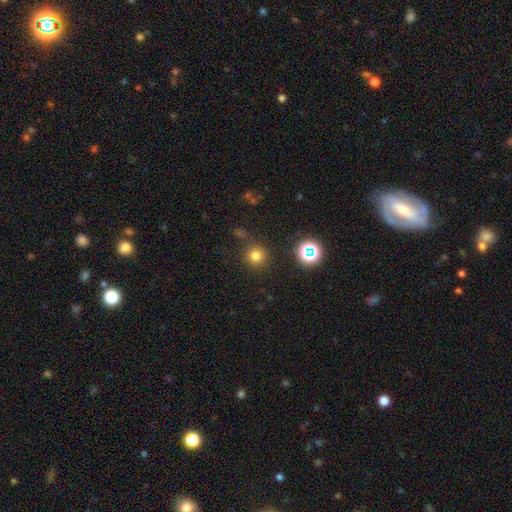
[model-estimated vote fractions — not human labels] This appears to be a smooth galaxy with no disk features (76%) that is round (95%). Merging: none (85%).